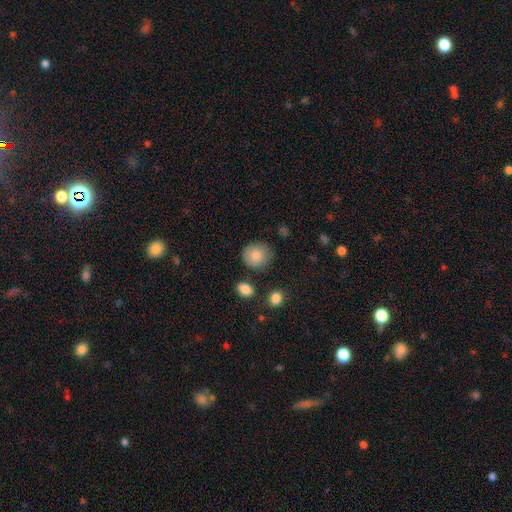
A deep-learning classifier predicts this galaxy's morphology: type=smooth (83%); roundness=round (84%); merging=none (78%).